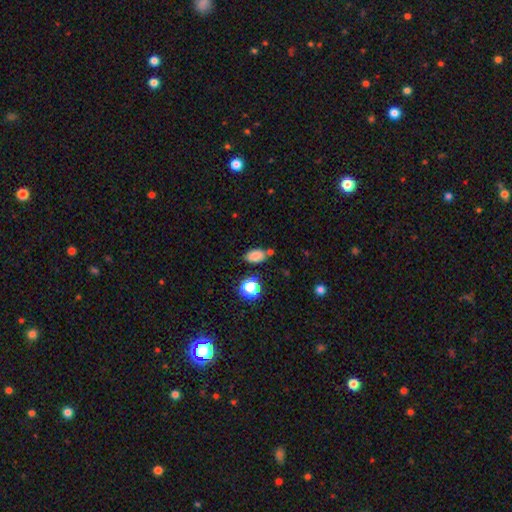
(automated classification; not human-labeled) A smooth galaxy with no disk features (81%) that is in between round and cigar-shaped (86%). Merging: none (71%).